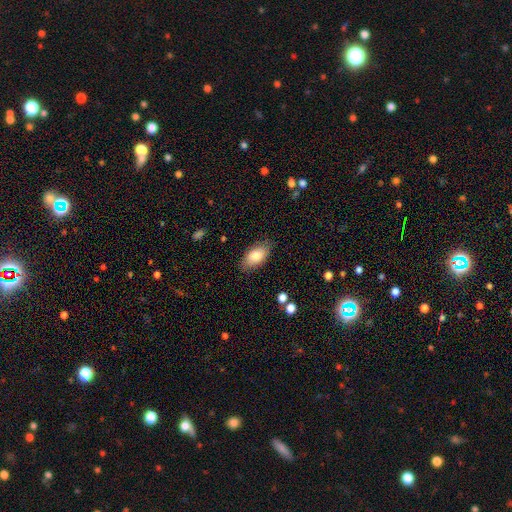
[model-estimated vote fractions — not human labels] This appears to be a smooth galaxy with no disk features (81%) that is in between round and cigar-shaped (93%). Merging: none (83%).